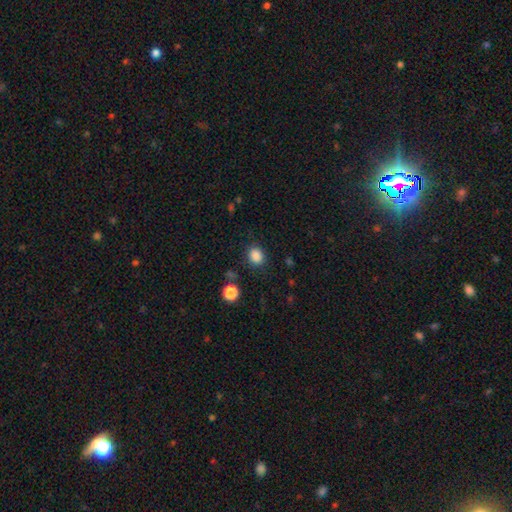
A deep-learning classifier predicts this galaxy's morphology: Smooth or featured: smooth — 85% (star or artifact — 11%)
How rounded: round — 62% (in between — 37%)
Merging: none — 83% (minor disturbance — 11%)